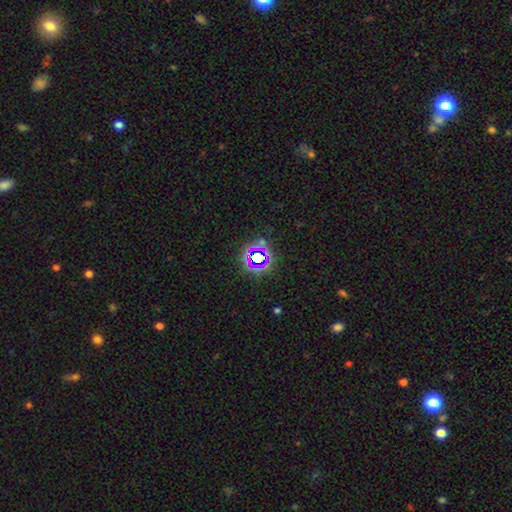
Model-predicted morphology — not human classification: Smooth or featured? Predicted: star or artifact (p=0.66).